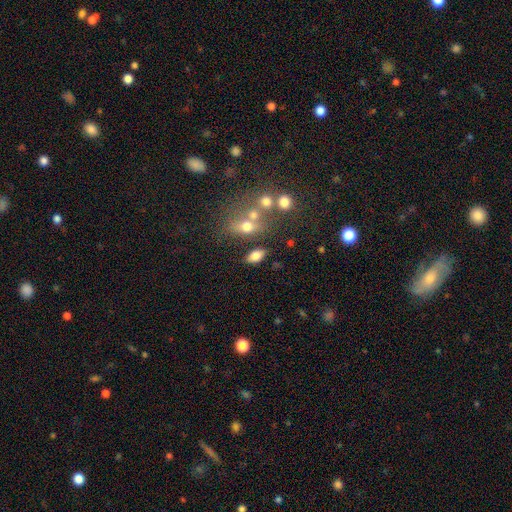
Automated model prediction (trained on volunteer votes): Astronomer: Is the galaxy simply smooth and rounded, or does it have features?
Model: smooth — 76%.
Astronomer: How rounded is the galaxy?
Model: in between — 88%.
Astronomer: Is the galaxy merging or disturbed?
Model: none — 71%.